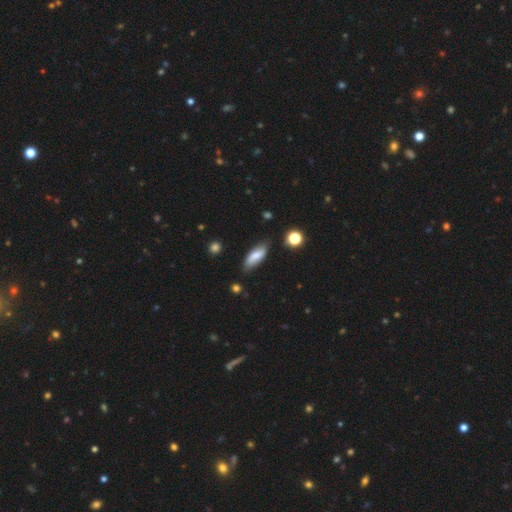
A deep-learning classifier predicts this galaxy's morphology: A smooth galaxy with no disk features (69%) that is in between round and cigar-shaped (69%). Merging: none (75%).